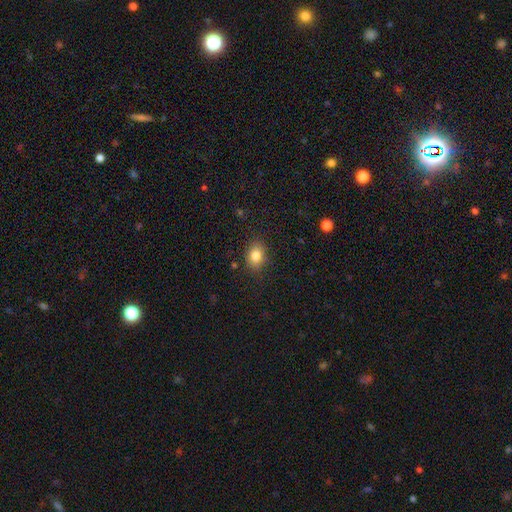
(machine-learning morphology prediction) Overall: smooth (83%). How rounded: in between (66%; round 33%). Merging: none (86%).